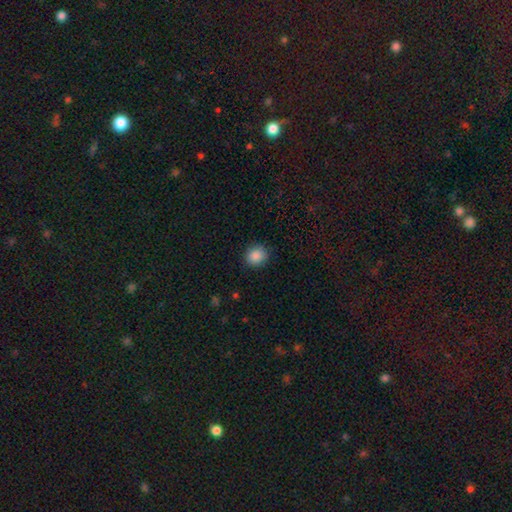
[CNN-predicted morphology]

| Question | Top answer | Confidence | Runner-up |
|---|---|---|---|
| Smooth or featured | smooth | 88% | star or artifact (9%) |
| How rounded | round | 82% | in between (17%) |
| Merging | none | 88% | minor disturbance (9%) |